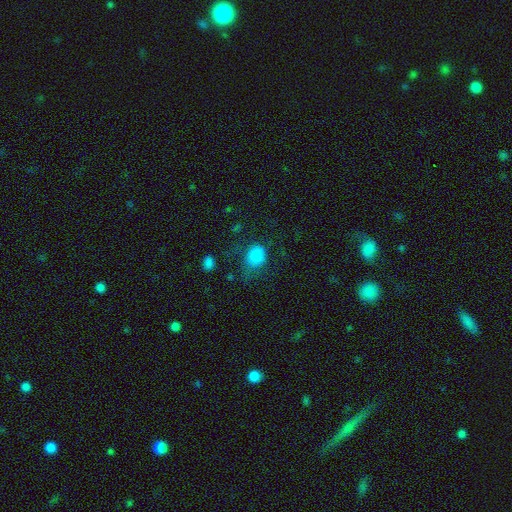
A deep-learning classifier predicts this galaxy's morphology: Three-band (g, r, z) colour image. It shows a smooth galaxy with no disk features (81%) that is round (56%). Merging: none (48%).